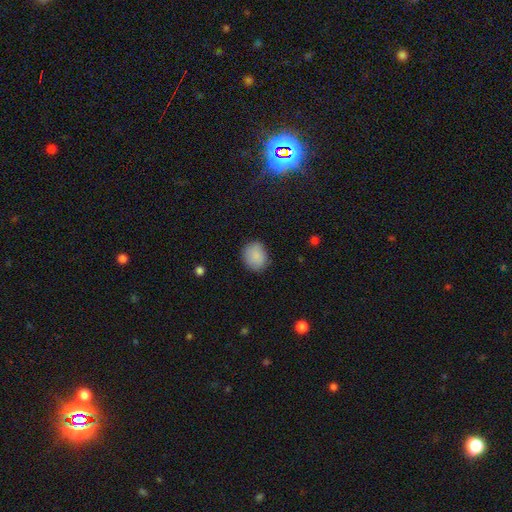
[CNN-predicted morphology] The model was most divided on "how rounded": round: 62%, in between: 37%, cigar-shaped: 1%. More confident: smooth or featured — smooth (87%); merging — none (80%).